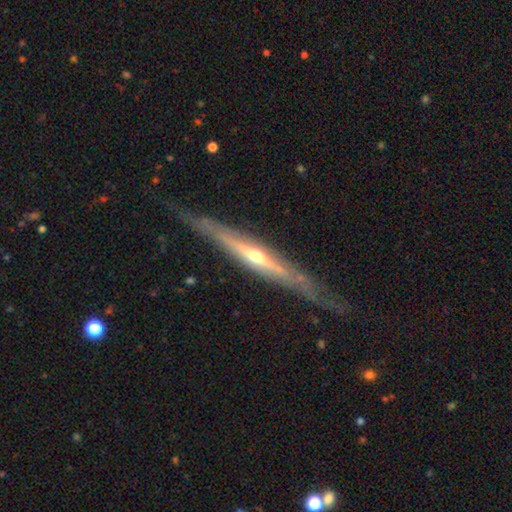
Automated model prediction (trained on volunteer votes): Morphology: type=featured or disk (80%); edge-on=yes (93%); edge-on bulge=rounded (74%); merging=none (75%).